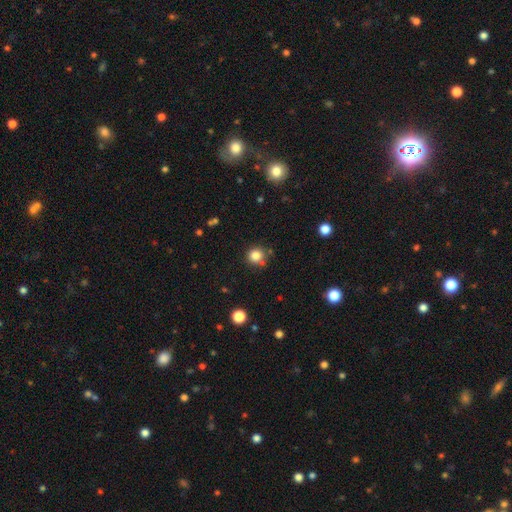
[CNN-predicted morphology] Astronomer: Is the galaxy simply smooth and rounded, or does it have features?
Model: smooth — 83%.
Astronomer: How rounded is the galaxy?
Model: round — 92%.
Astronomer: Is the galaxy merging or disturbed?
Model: none — 77%.